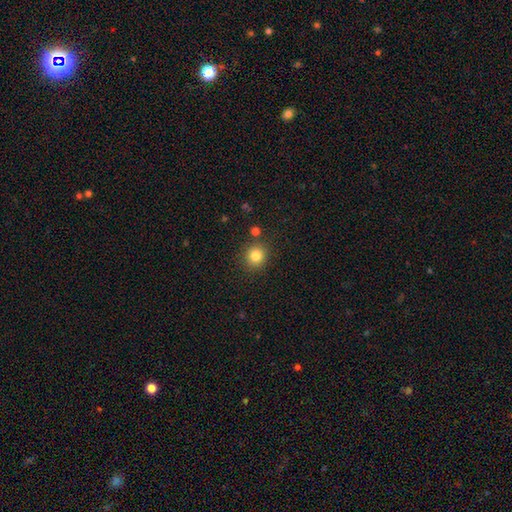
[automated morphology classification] Smooth or featured? Predicted: smooth (p=0.82). How rounded? Predicted: round (p=0.89). Merging? Predicted: none (p=0.86).